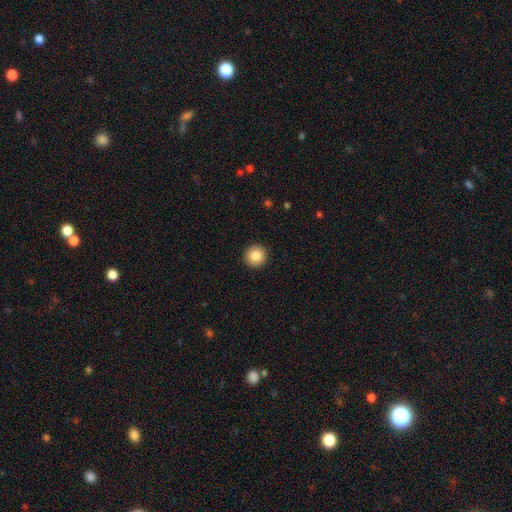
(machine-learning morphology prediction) Smooth or featured? smooth (86%)
How rounded? round (95%)
Merging? none (93%)